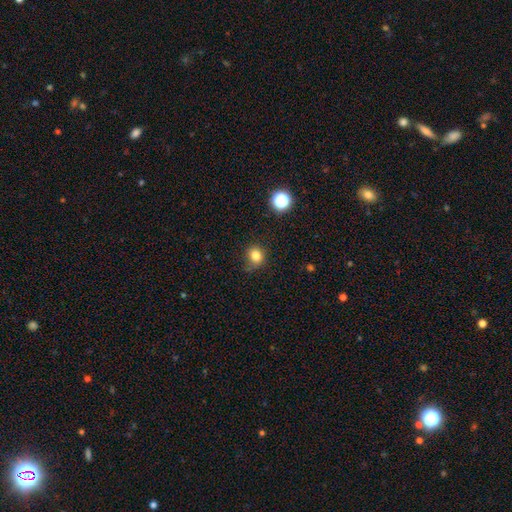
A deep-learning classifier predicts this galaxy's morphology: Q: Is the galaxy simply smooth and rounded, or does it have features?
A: smooth — 81%.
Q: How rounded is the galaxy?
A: round — 75%.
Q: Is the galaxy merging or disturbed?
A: none — 70%.